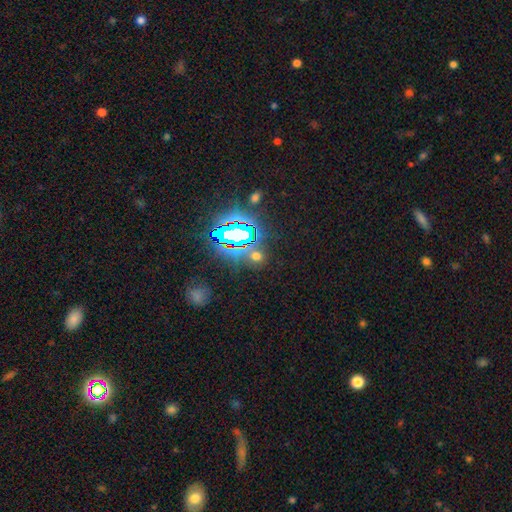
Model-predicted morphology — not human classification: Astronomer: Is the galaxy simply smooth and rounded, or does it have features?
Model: star or artifact — 55% (runner-up: smooth, 37%).